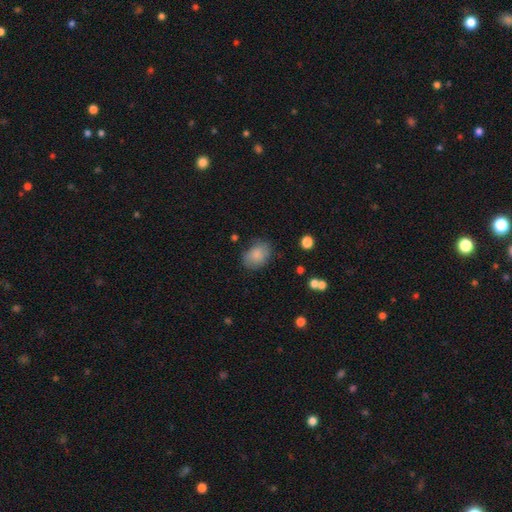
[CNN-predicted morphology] The model was most divided on "how rounded": in between: 75%, round: 24%, cigar-shaped: 1%. More confident: smooth or featured — smooth (84%); merging — none (76%).